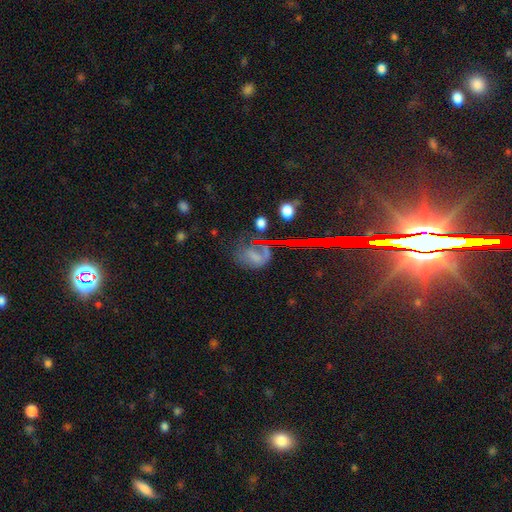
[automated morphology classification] Overall: smooth (47%; star or artifact 26%). Merging: none (43%; minor disturbance 25%).